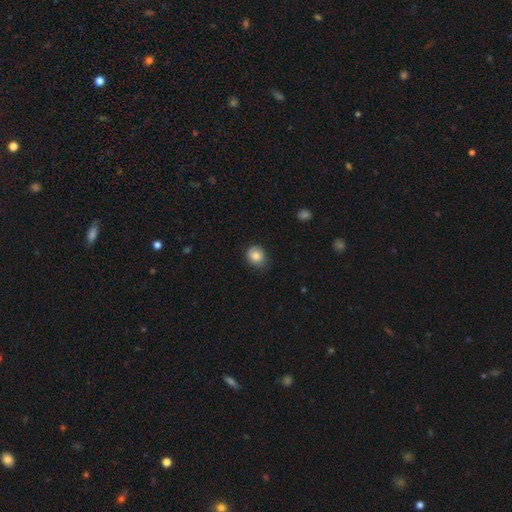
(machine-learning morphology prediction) smooth 85%, star or artifact 9%, featured or disk 6%. Down the decision tree: how rounded — round (71%); merging — none (77%).